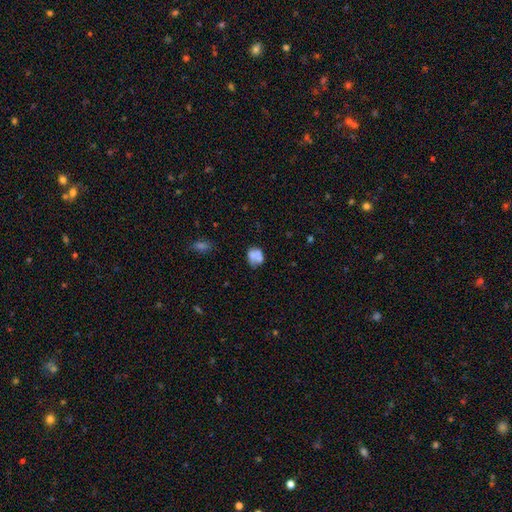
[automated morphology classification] This is likely a smooth galaxy (63%). How rounded: possibly in between (50%). Merging: marginally none (37%).